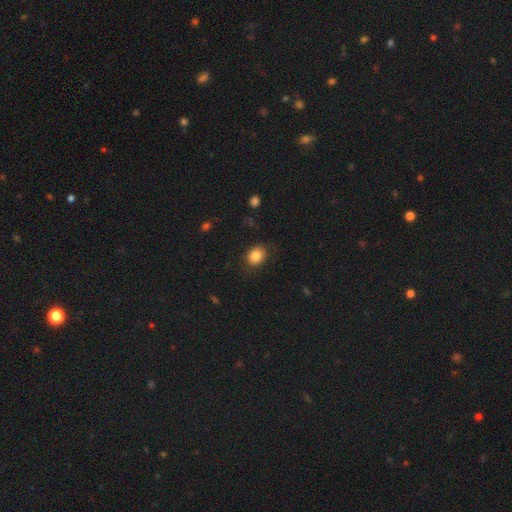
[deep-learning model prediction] Morphology: type=smooth (84%); roundness=round (50%); merging=none (82%).